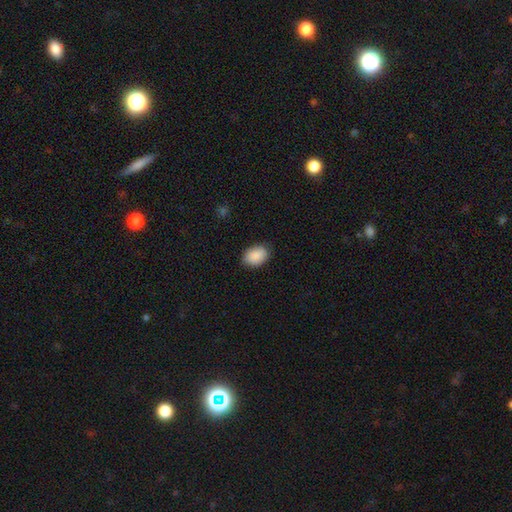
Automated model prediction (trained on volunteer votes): smooth 90%, star or artifact 6%, featured or disk 3%. Down the decision tree: how rounded — in between (83%); merging — none (86%).